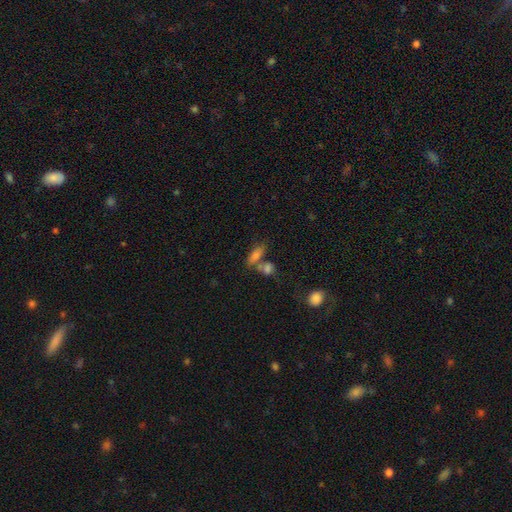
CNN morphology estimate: This is likely a smooth galaxy (69%). How rounded: likely in between (64%). Merging: possibly none (50%).